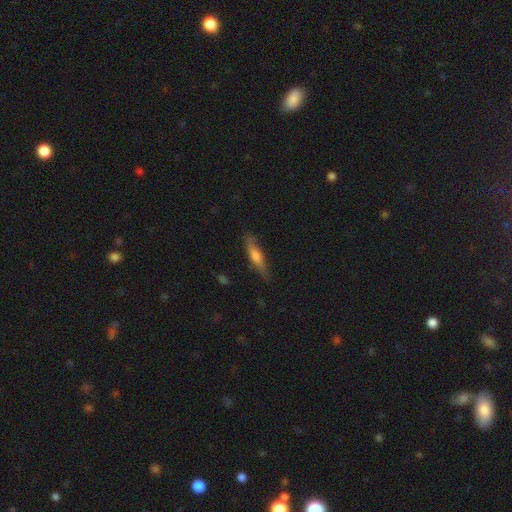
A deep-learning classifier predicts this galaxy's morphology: smooth-or-featured: smooth: 50% | featured or disk: 43% | star or artifact: 7%
  how-rounded: cigar-shaped: 81% | in between: 17% | round: 2%
  merging: none: 79% | minor disturbance: 17% | major disturbance: 3% | merger: 1%